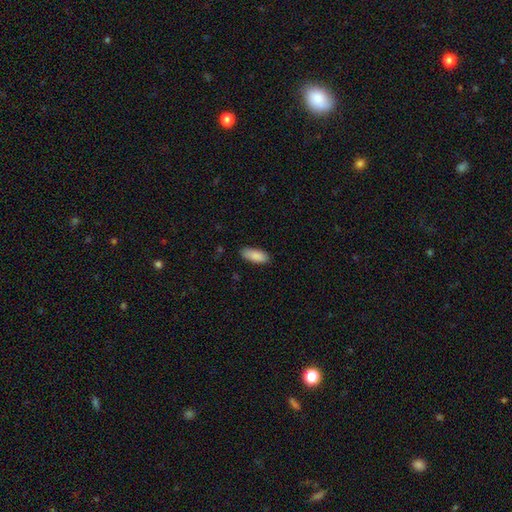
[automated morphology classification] Q: Smooth or featured?
A: smooth (89%); runner-up: star or artifact (6%)
Q: How rounded?
A: in between (80%); runner-up: cigar-shaped (18%)
Q: Merging?
A: none (86%); runner-up: minor disturbance (11%)